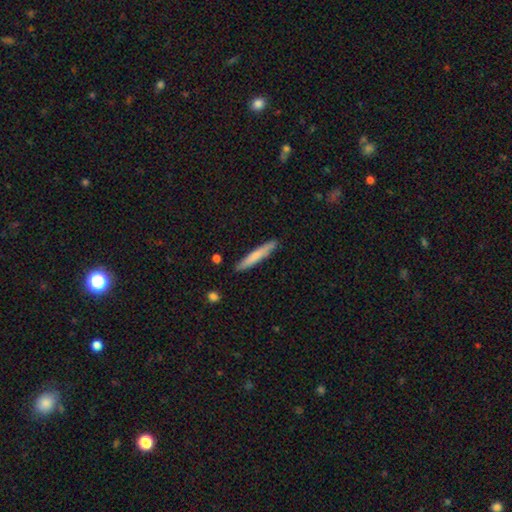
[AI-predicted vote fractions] A smooth galaxy with no disk features (69%) that is cigar-shaped (95%). Merging: none (88%).